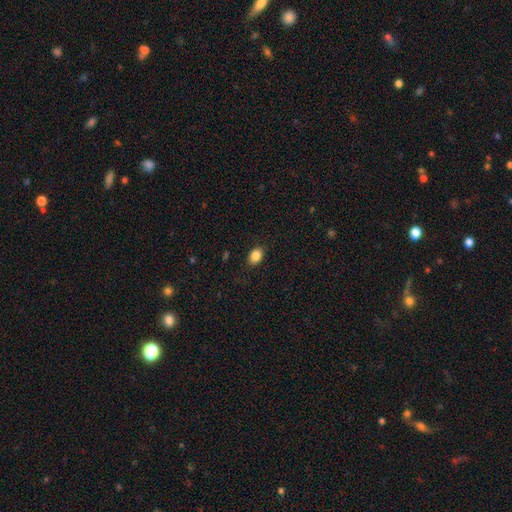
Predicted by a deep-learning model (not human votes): A smooth galaxy with no disk features (86%) that is in between round and cigar-shaped (75%).

Vote fractions:
- Smooth or featured? smooth: 86% / star or artifact: 9% / featured or disk: 5%
- How rounded? in between: 75% / round: 24% / cigar-shaped: 1%
- Merging? none: 87% / minor disturbance: 10% / major disturbance: 2% / merger: 1%